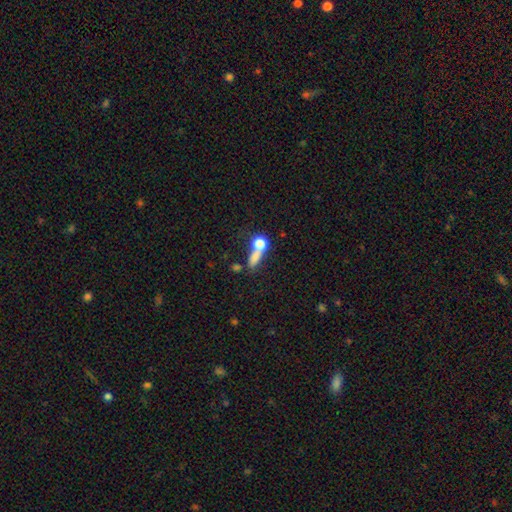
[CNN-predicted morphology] The model was most divided on "how rounded": in between: 38%, round: 37%, cigar-shaped: 25%. Remaining: smooth or featured — smooth (70%); merging — merger (44%).